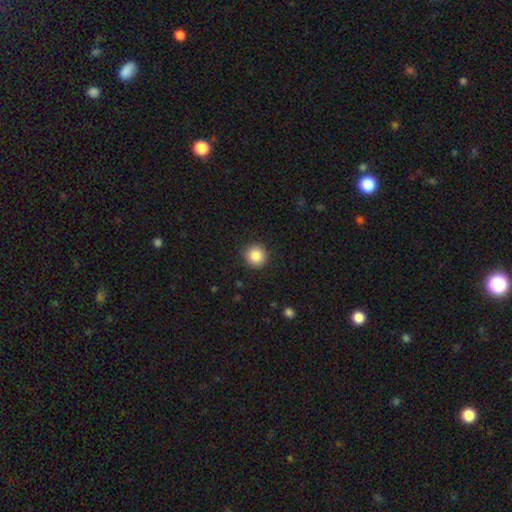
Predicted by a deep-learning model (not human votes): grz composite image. It shows a smooth galaxy with no disk features (87%) that is round (95%). Merging: none (92%).